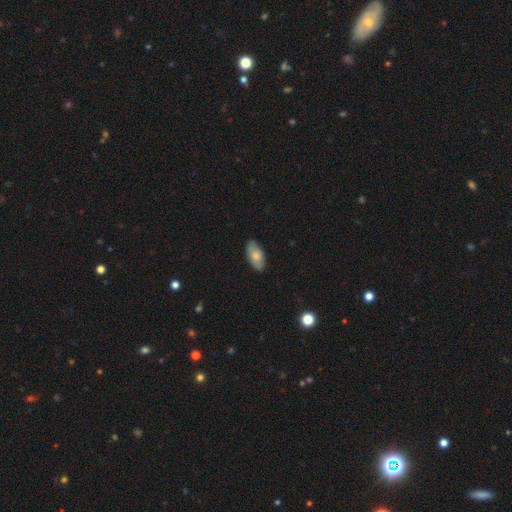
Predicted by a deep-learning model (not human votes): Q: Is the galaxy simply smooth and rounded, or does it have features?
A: smooth — 73%.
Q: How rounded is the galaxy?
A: in between — 92%.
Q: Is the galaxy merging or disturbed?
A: none — 79%.